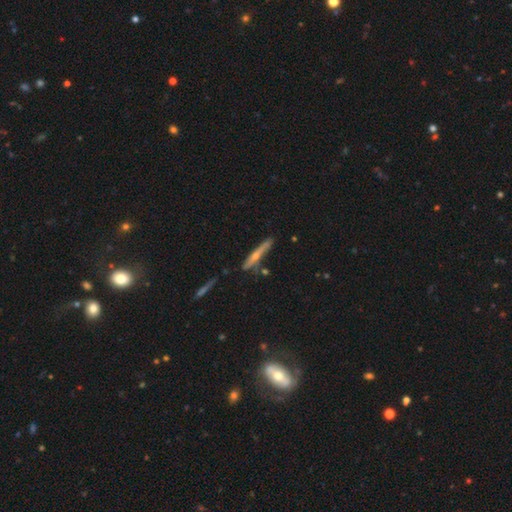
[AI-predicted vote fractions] This appears to be a featured or disk galaxy (61%) viewed edge-on (94%) with a rounded central bulge (78%). Merging: none (77%).